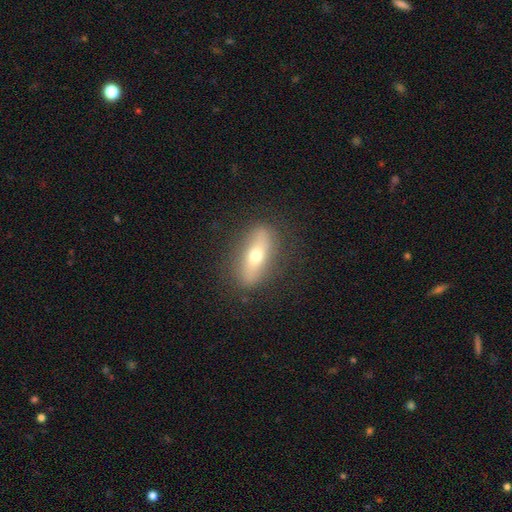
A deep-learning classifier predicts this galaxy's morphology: Smooth or featured?
  - featured or disk: 50% *
  - smooth: 41%
  - star or artifact: 9%
Edge-on disk?
  - no: 52% *
  - yes: 48%
Merging?
  - none: 85% *
  - minor disturbance: 10%
  - major disturbance: 4%
  - merger: 1%